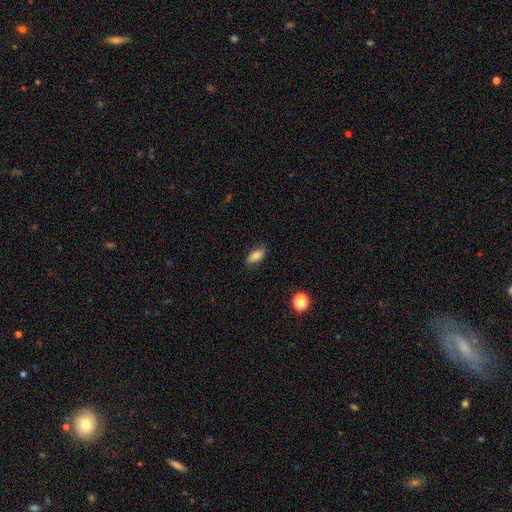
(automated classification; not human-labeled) smooth_or_featured: smooth (p=0.78) [alt: featured or disk p=0.13]
how_rounded: in between (p=0.87) [alt: cigar-shaped p=0.09]
merging: none (p=0.81) [alt: minor disturbance p=0.15]